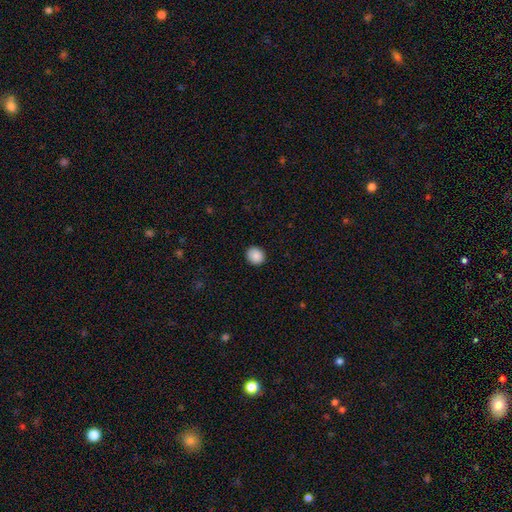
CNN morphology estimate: smooth-or-featured: smooth: 89% | star or artifact: 8% | featured or disk: 3%
  how-rounded: round: 83% | in between: 17% | cigar-shaped: 1%
  merging: none: 91% | minor disturbance: 6% | major disturbance: 2% | merger: 1%